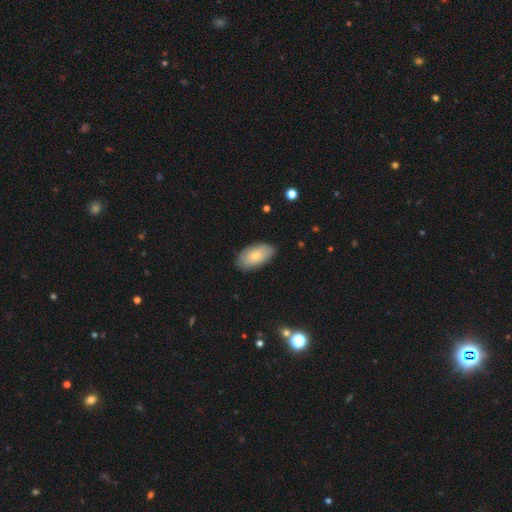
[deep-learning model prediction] Smooth or featured?
  - smooth: 71% *
  - featured or disk: 23%
  - star or artifact: 6%
How rounded?
  - in between: 94% *
  - round: 4%
  - cigar-shaped: 2%
Merging?
  - none: 83% *
  - minor disturbance: 13%
  - major disturbance: 3%
  - merger: 1%